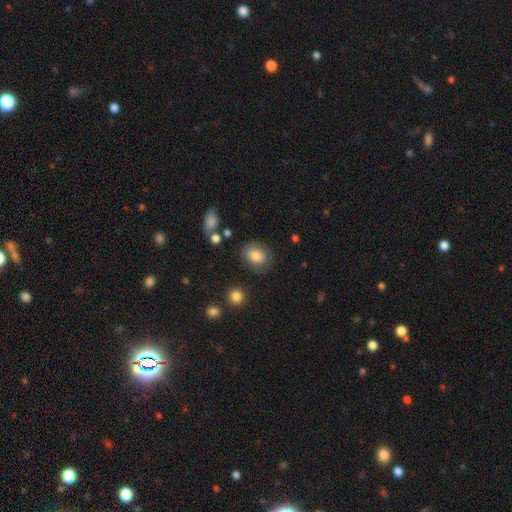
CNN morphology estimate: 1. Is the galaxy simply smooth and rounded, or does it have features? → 74% smooth, 17% featured or disk, 9% star or artifact.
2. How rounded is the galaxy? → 59% in between, 40% round, 1% cigar-shaped.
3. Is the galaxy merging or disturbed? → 73% none, 17% minor disturbance, 7% major disturbance, 3% merger.